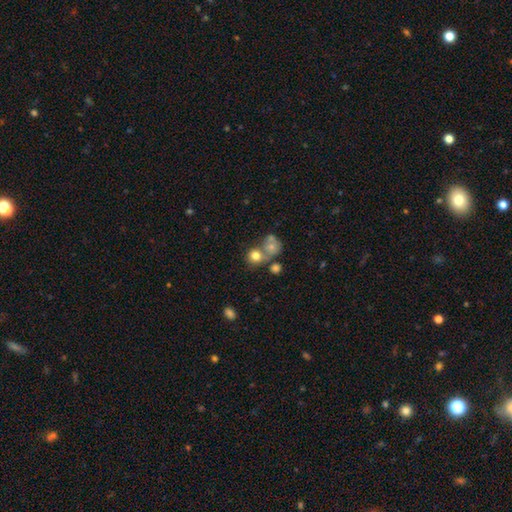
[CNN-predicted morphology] Smooth or featured: smooth — 75% (featured or disk — 12%)
How rounded: round — 81% (in between — 18%)
Merging: none — 47% (merger — 39%)